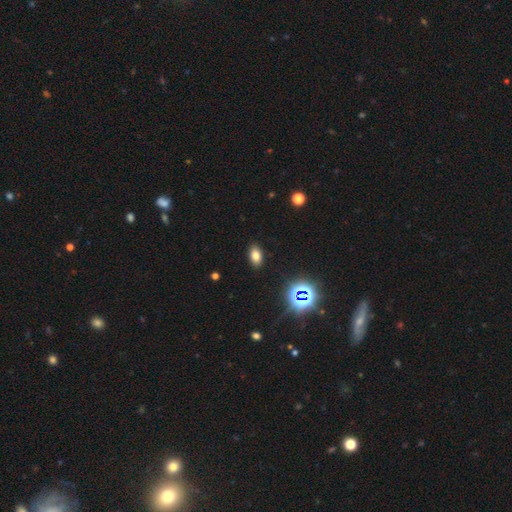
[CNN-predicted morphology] Smooth or featured? smooth (74%)
How rounded? in between (89%)
Merging? none (89%)